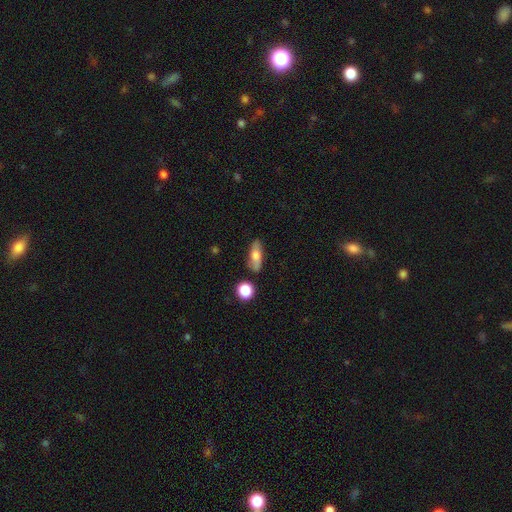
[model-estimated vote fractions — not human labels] Q: Smooth or featured?
A: smooth (64%); runner-up: featured or disk (28%)
Q: How rounded?
A: in between (63%); runner-up: cigar-shaped (31%)
Q: Merging?
A: none (79%); runner-up: minor disturbance (14%)